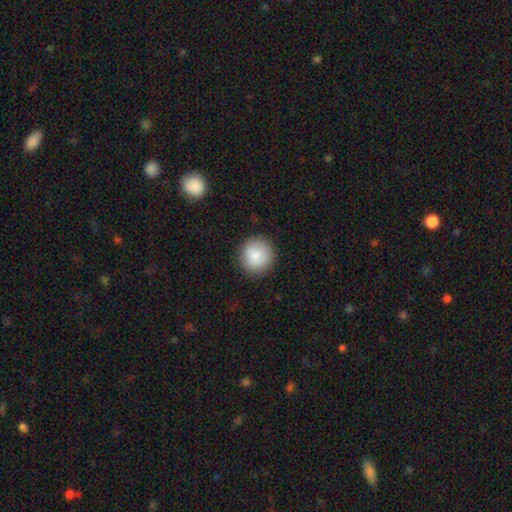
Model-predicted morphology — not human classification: A smooth galaxy with no disk features (86%) that is round (94%).

Vote fractions:
- Smooth or featured? smooth: 86% / star or artifact: 7% / featured or disk: 7%
- How rounded? round: 94% / in between: 5% / cigar-shaped: 1%
- Merging? none: 89% / minor disturbance: 8% / major disturbance: 2% / merger: 1%